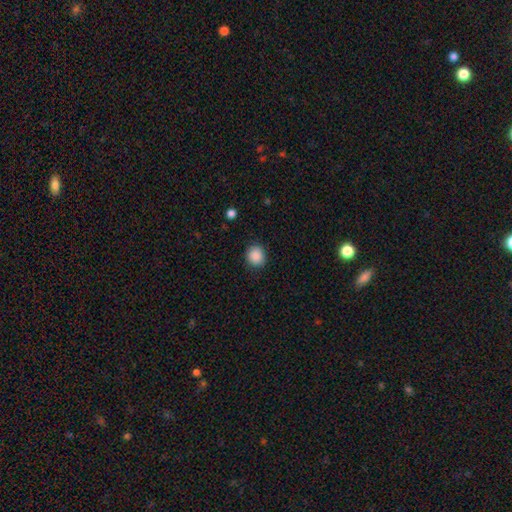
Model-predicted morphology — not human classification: smooth 89%, star or artifact 9%, featured or disk 3%. Down the decision tree: how rounded — round (85%); merging — none (89%).